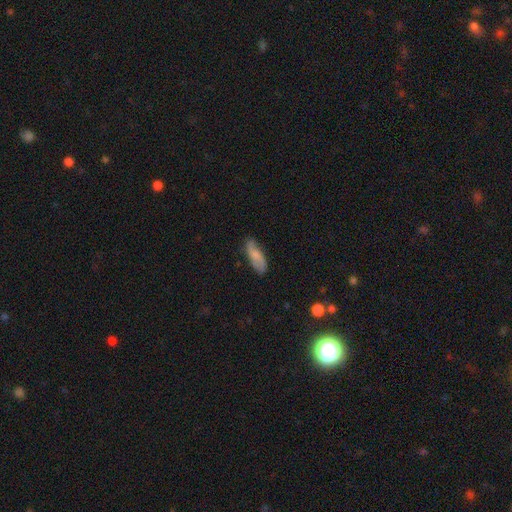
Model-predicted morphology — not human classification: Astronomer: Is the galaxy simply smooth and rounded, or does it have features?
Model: smooth — 59% (runner-up: featured or disk, 35%).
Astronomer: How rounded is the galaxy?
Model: in between — 68%.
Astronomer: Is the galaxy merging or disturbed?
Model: none — 72%.